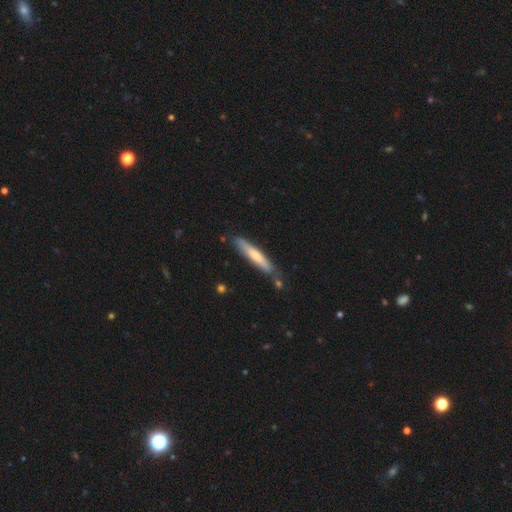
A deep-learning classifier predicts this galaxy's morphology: Smooth or featured?
  - smooth: 64% *
  - featured or disk: 32%
  - star or artifact: 5%
How rounded?
  - cigar-shaped: 91% *
  - in between: 8%
  - round: 1%
Merging?
  - none: 77% *
  - minor disturbance: 15%
  - merger: 5%
  - major disturbance: 3%